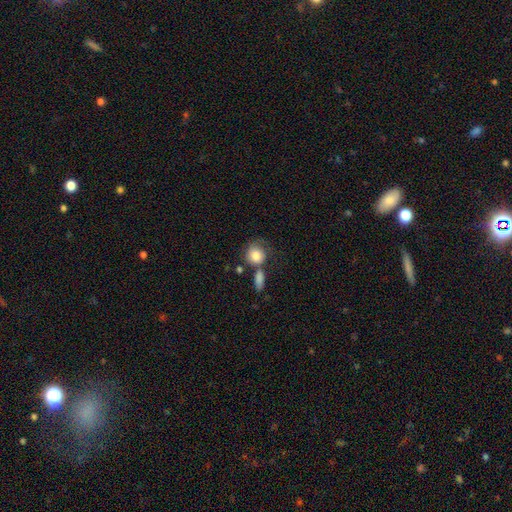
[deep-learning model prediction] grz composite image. It shows a smooth galaxy with no disk features (78%) that is round (79%). Merging: none (42%).